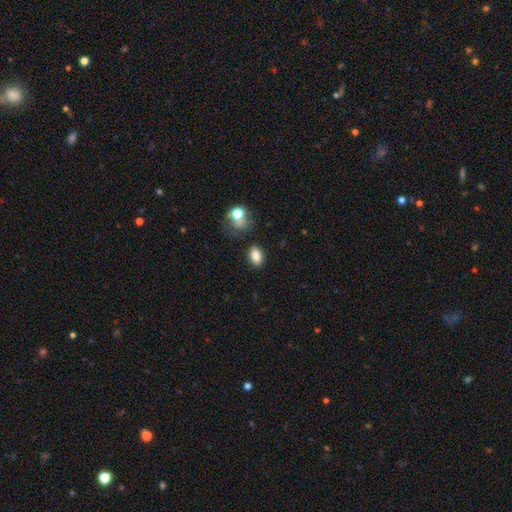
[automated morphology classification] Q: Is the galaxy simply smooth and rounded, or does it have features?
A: smooth — 83%.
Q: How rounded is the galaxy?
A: in between — 85%.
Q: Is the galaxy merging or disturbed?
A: none — 82%.